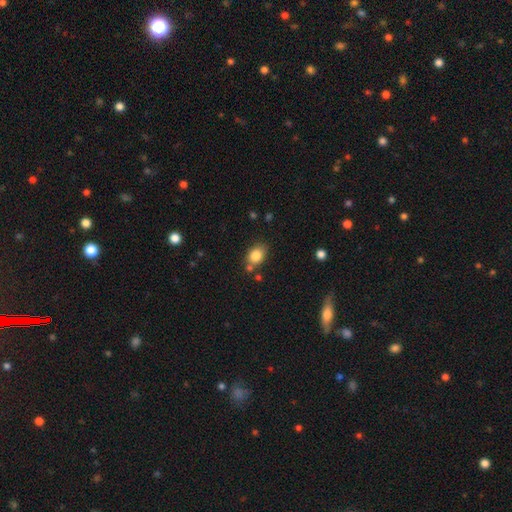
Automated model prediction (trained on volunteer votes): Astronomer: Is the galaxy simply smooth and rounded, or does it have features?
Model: smooth — 84%.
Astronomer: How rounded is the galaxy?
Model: in between — 62% (runner-up: round, 37%).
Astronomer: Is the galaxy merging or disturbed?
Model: none — 67%.